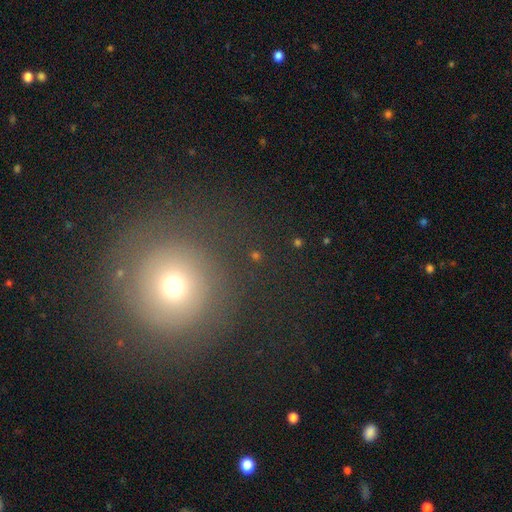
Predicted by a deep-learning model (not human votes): A smooth galaxy with no disk features (54%) that is round (86%). Merging: none (82%).